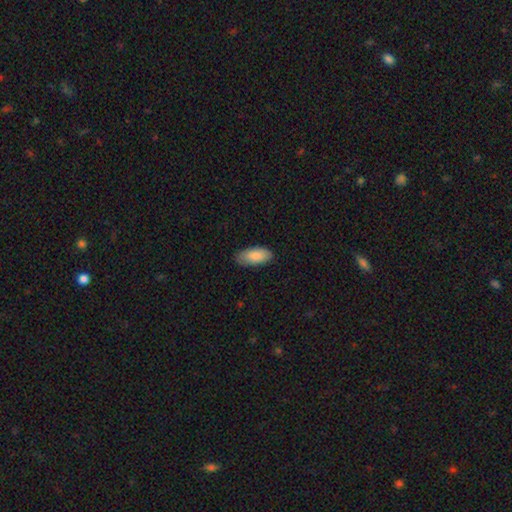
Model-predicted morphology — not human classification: Overall: smooth (87%). How rounded: in between (90%). Merging: none (82%).